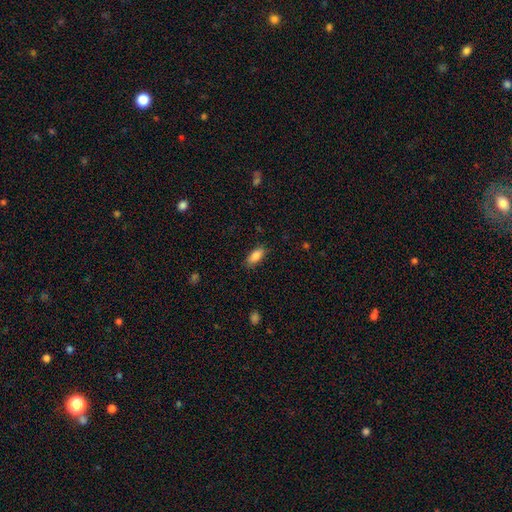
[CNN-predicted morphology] Overall: smooth (86%). How rounded: in between (85%). Merging: none (85%).